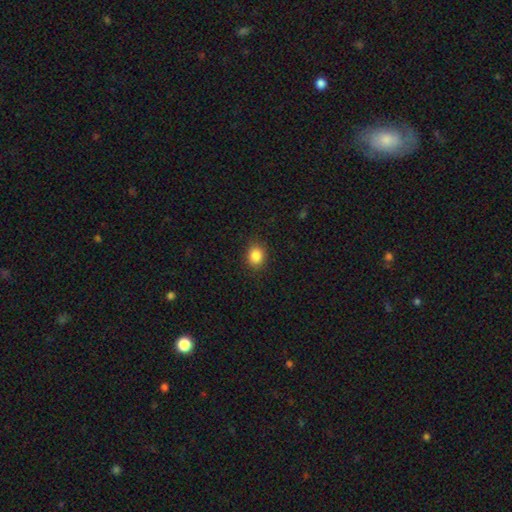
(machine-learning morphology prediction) This is clearly a smooth galaxy (85%). How rounded: likely round (67%). Merging: clearly none (88%).